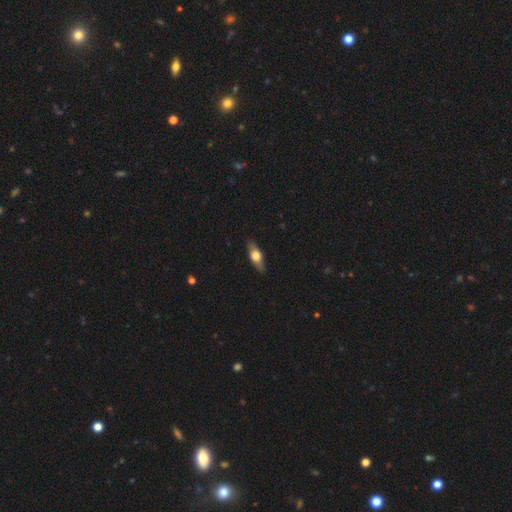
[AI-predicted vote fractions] Smooth or featured: smooth — 53% (featured or disk — 41%)
How rounded: in between — 62% (cigar-shaped — 33%)
Merging: none — 86% (minor disturbance — 10%)